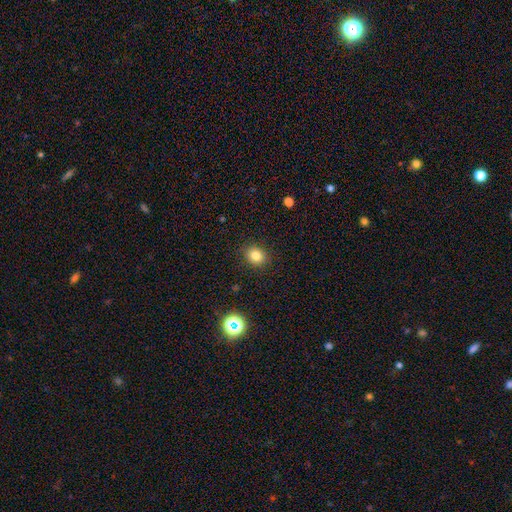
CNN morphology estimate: This appears to be a smooth galaxy with no disk features (81%) that is round (65%). Merging: none (88%).